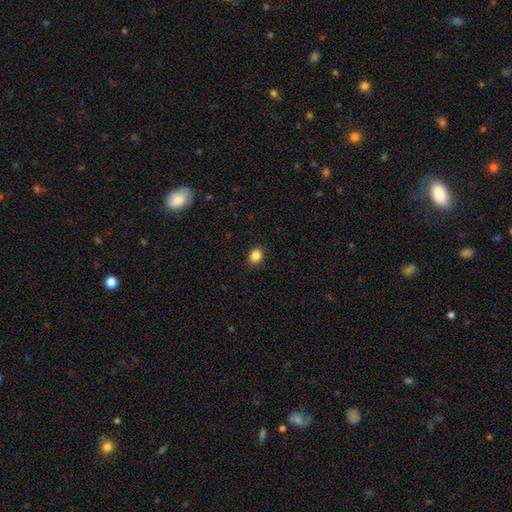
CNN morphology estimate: type=smooth (86%); roundness=round (52%); merging=none (90%).